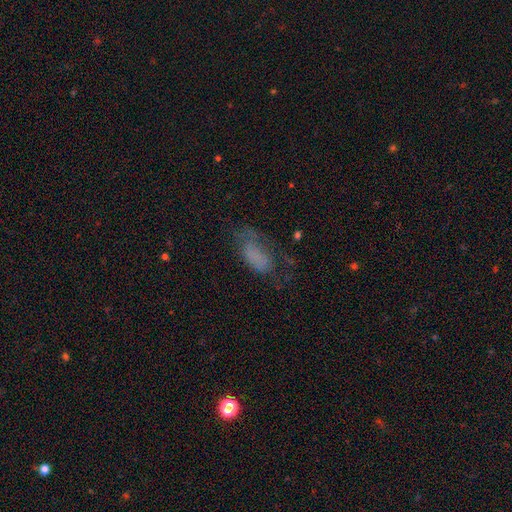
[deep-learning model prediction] This is possibly a smooth galaxy (55%). How rounded: clearly in between (90%). Merging: marginally major disturbance (37%).